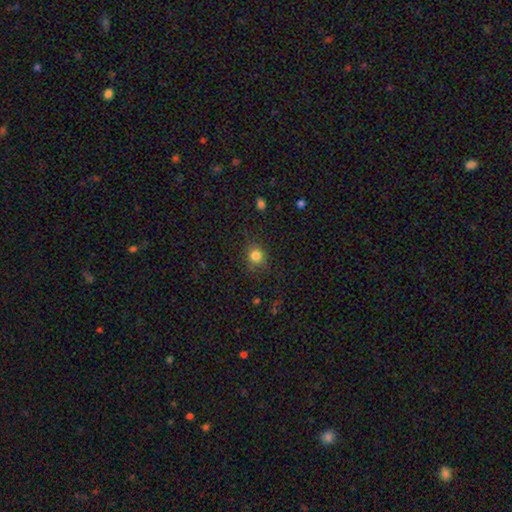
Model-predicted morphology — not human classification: smooth_or_featured: smooth (p=0.82) [alt: star or artifact p=0.13]
how_rounded: round (p=0.81) [alt: in between p=0.18]
merging: none (p=0.83) [alt: minor disturbance p=0.12]